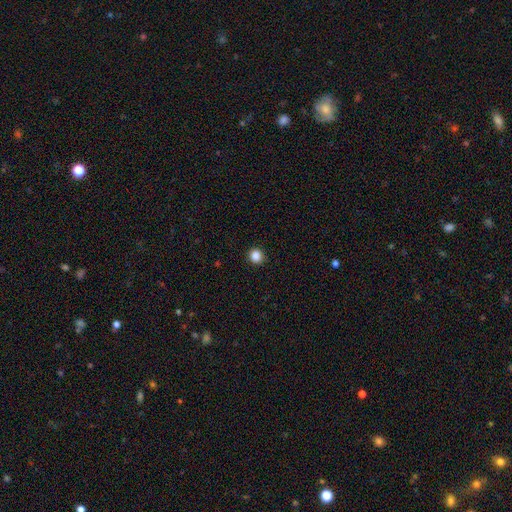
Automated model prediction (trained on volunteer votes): smooth 86%, star or artifact 11%, featured or disk 3%. Down the decision tree: how rounded — round (91%); merging — none (93%).